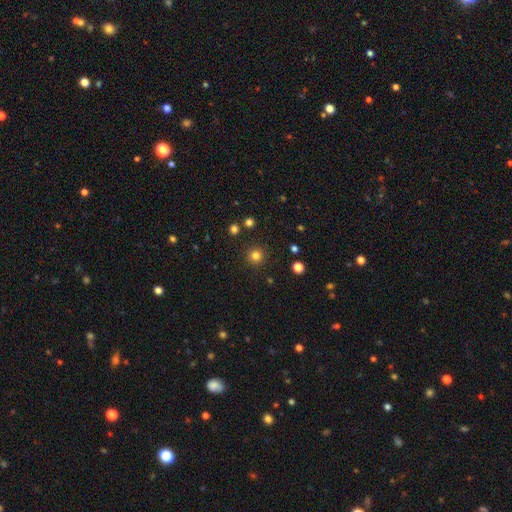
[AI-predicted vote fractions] This is clearly a smooth galaxy (80%). How rounded: clearly round (95%). Merging: clearly none (91%).